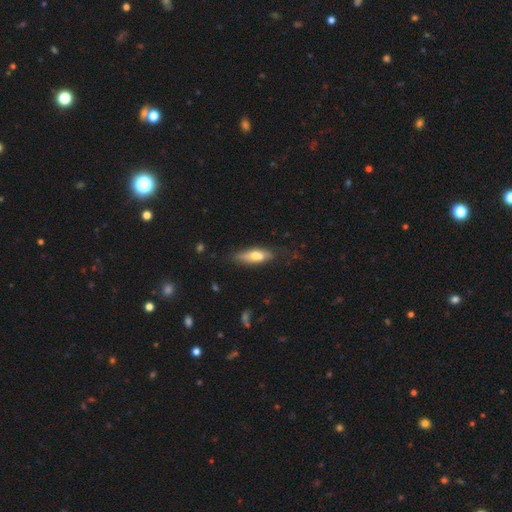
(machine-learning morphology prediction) smooth-or-featured: smooth: 58% | featured or disk: 35% | star or artifact: 7%
  how-rounded: in between: 57% | cigar-shaped: 40% | round: 3%
  merging: none: 61% | minor disturbance: 22% | merger: 9% | major disturbance: 7%